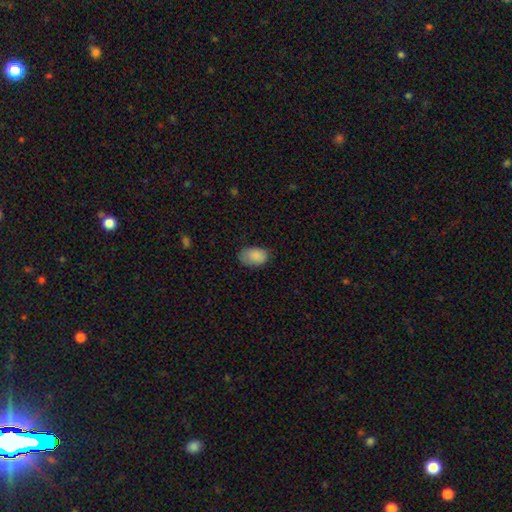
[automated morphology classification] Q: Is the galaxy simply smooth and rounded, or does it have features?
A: smooth — 87%.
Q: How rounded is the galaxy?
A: in between — 87%.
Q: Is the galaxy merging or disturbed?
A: none — 65%.